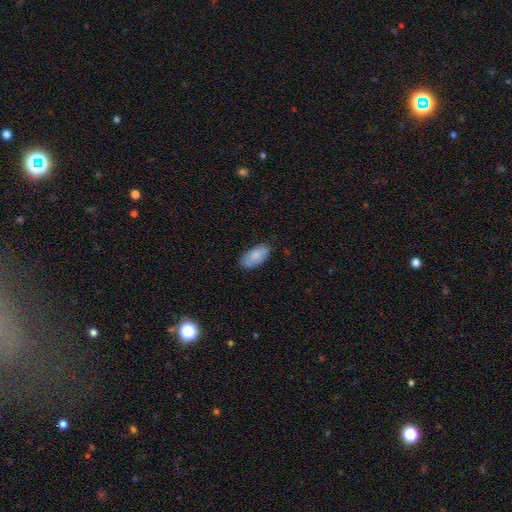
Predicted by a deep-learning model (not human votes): A smooth galaxy with no disk features (82%) that is in between round and cigar-shaped (94%). Merging: none (80%).